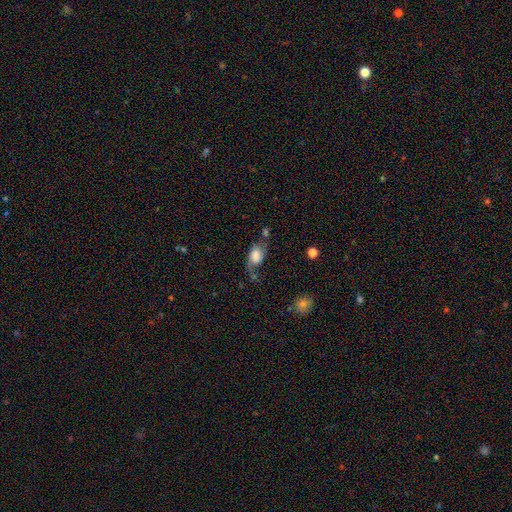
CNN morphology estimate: Smooth or featured: featured or disk — 53% (smooth — 38%)
Edge-on disk: no — 95% (yes — 5%)
Bar: no — 56% (weak — 35%)
Spiral arms: yes — 86% (no — 14%)
Bulge size: large — 40% (moderate — 23%)
Merging: none — 41% (minor disturbance — 25%)